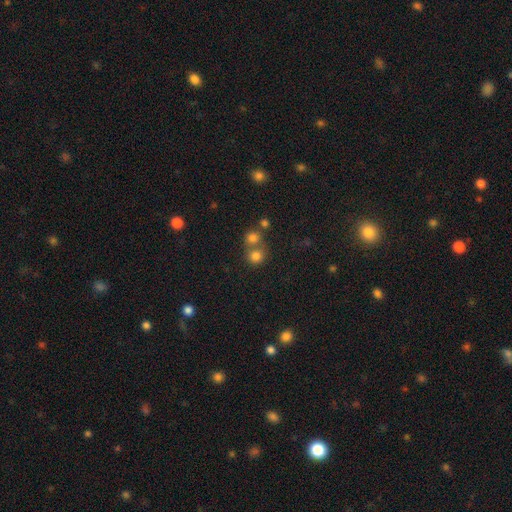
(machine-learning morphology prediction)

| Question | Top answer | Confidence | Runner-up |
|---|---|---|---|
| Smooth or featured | smooth | 77% | star or artifact (15%) |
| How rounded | round | 86% | in between (13%) |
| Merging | none | 49% | merger (41%) |